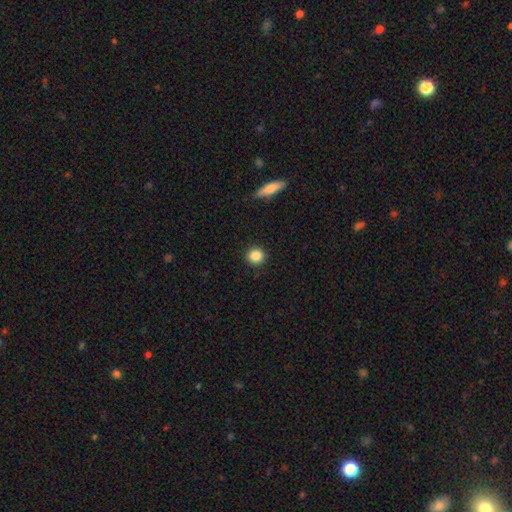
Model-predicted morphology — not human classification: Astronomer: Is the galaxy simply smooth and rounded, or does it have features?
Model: smooth — 86%.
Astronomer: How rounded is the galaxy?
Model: round — 91%.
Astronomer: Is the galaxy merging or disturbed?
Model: none — 91%.